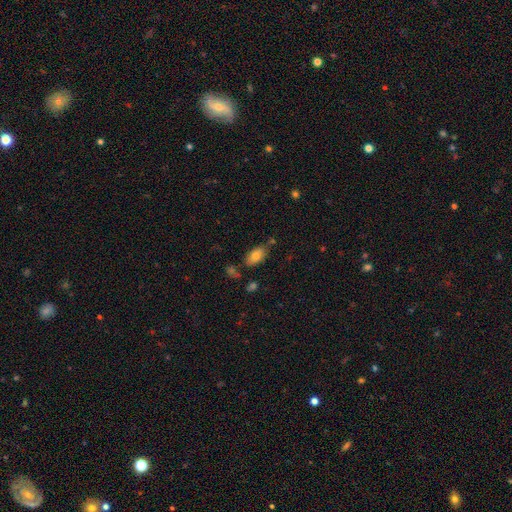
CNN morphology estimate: smooth 77%, featured or disk 14%, star or artifact 9%. Down the decision tree: how rounded — in between (91%); merging — none (66%).